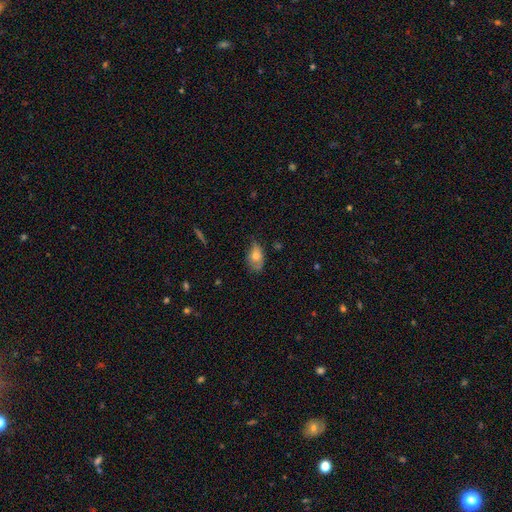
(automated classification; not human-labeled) The model was most divided on "merging": none: 49%, minor disturbance: 38%, major disturbance: 11%, merger: 2%. More confident: how rounded — in between (87%); smooth or featured — smooth (70%).